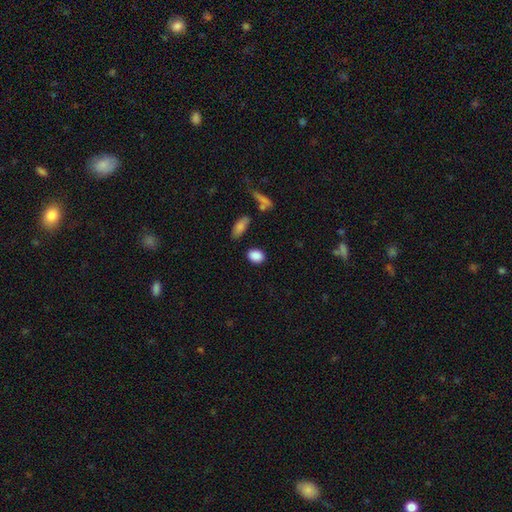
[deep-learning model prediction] A smooth galaxy with no disk features (88%) that is in between round and cigar-shaped (67%).

Vote fractions:
- Smooth or featured? smooth: 88% / star or artifact: 8% / featured or disk: 4%
- How rounded? in between: 67% / round: 31% / cigar-shaped: 2%
- Merging? none: 82% / minor disturbance: 11% / merger: 4% / major disturbance: 3%